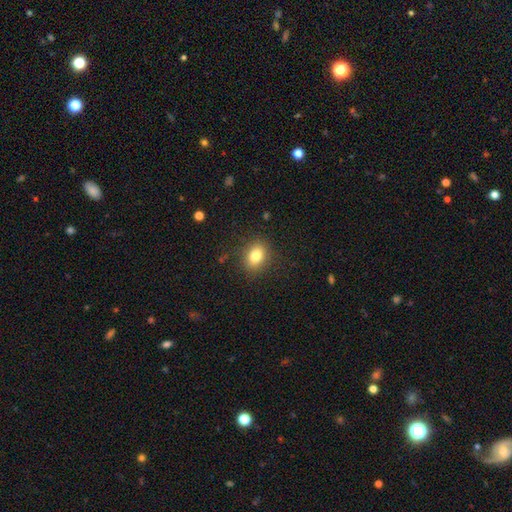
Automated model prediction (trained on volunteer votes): Smooth or featured: smooth — 82% (star or artifact — 10%)
How rounded: in between — 65% (round — 34%)
Merging: none — 86% (minor disturbance — 10%)